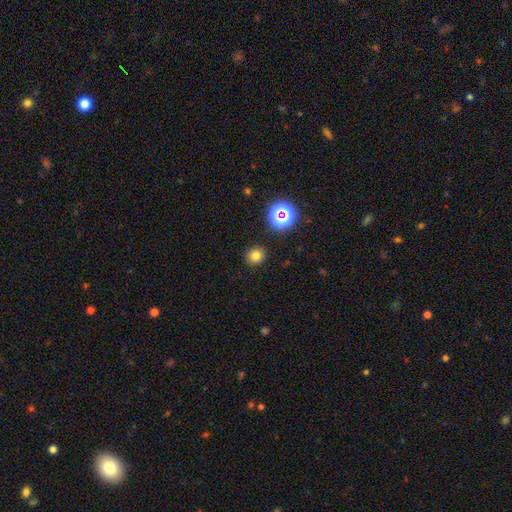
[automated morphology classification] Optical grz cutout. It shows a smooth galaxy with no disk features (75%) that is round (86%). Merging: none (90%).